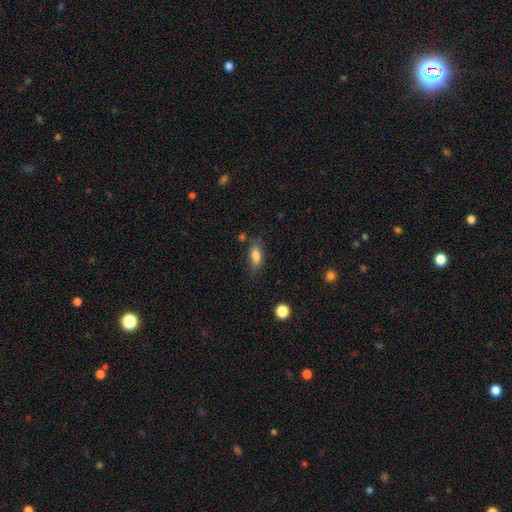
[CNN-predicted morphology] smooth_or_featured: smooth (p=0.80) [alt: featured or disk p=0.11]
how_rounded: in between (p=0.75) [alt: cigar-shaped p=0.22]
merging: none (p=0.74) [alt: minor disturbance p=0.18]